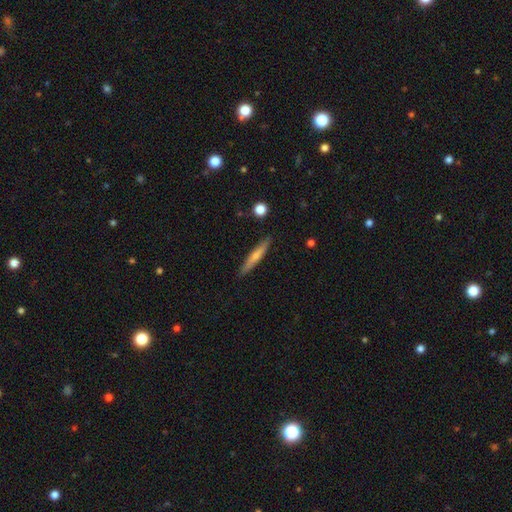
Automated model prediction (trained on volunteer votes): A smooth galaxy with no disk features (59%) that is cigar-shaped (93%).

Vote fractions:
- Smooth or featured? smooth: 59% / featured or disk: 35% / star or artifact: 6%
- How rounded? cigar-shaped: 93% / in between: 6% / round: 2%
- Merging? none: 88% / minor disturbance: 8% / major disturbance: 2% / merger: 2%